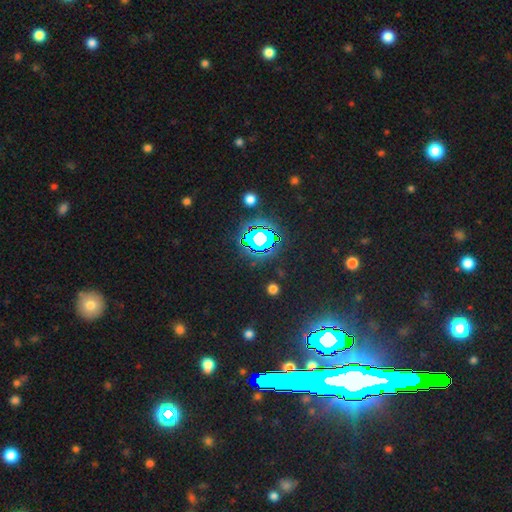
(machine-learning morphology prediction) Smooth or featured? star or artifact (82%)